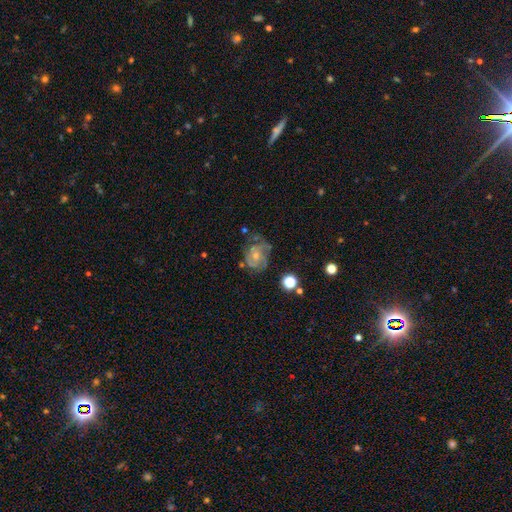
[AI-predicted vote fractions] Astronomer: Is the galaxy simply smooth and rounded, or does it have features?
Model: featured or disk — 75%.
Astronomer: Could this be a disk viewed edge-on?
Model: no — 98%.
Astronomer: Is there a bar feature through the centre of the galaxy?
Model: no — 70%.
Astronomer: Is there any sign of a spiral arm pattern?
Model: yes — 88%.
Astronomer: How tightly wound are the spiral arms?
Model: tight — 50% (runner-up: medium, 39%).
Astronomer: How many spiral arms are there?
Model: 2 — 41% (runner-up: can't tell, 27%).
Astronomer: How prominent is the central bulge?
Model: small — 52% (runner-up: moderate, 40%).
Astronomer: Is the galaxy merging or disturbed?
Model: none — 53%.